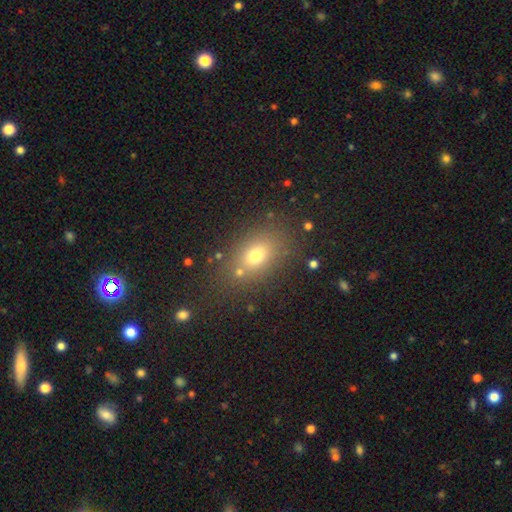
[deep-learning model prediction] Smooth or featured: smooth — 71% (star or artifact — 16%)
How rounded: in between — 74% (round — 23%)
Merging: none — 75% (minor disturbance — 12%)